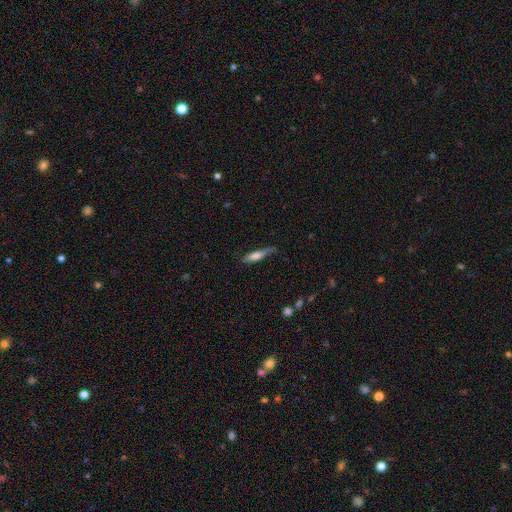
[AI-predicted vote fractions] Smooth or featured? smooth (66%)
How rounded? cigar-shaped (78%)
Merging? none (58%)